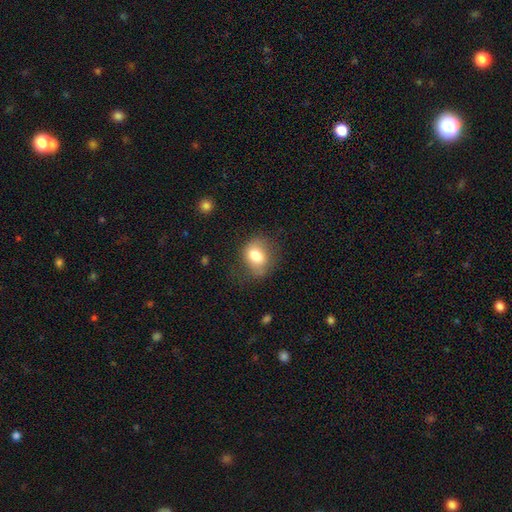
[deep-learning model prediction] Morphology: type=smooth (77%); roundness=in between (59%); merging=none (60%).